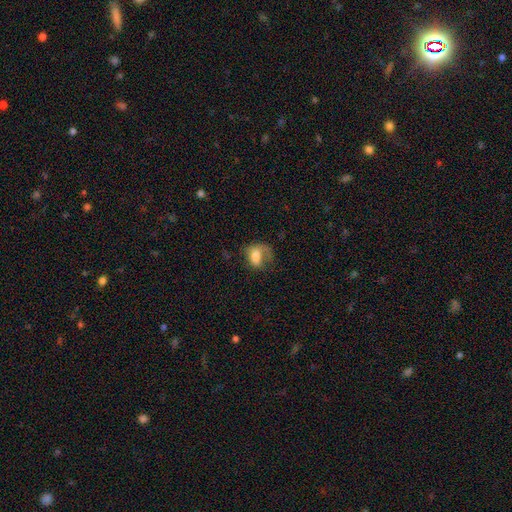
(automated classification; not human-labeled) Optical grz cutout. It shows a smooth galaxy with no disk features (63%) that is in between round and cigar-shaped (72%). Merging: major disturbance (42%).